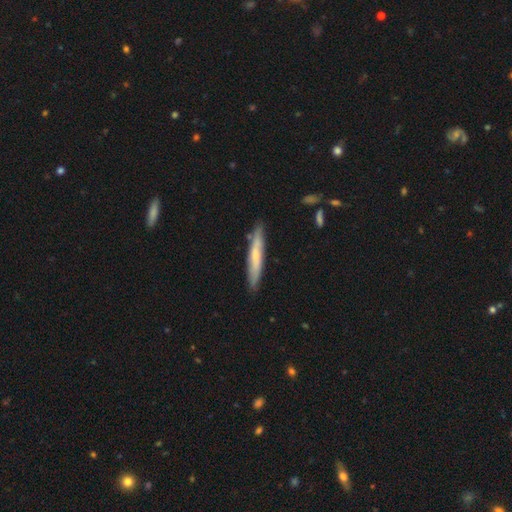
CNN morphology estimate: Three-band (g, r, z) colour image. It shows a smooth galaxy with no disk features (52%) that is cigar-shaped (94%). Merging: none (85%).